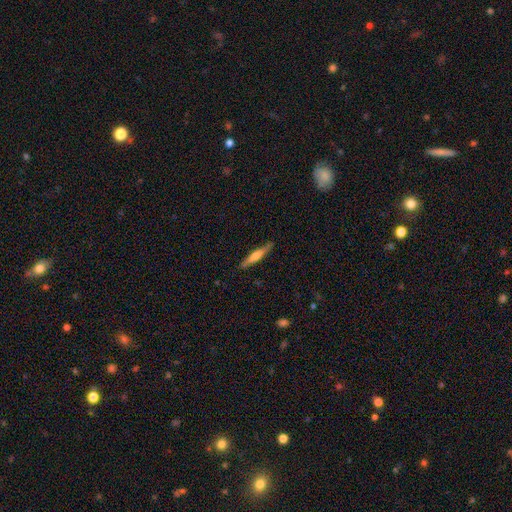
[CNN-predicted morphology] type=featured or disk (58%); edge-on=yes (96%); edge-on bulge=rounded (70%); merging=none (87%).